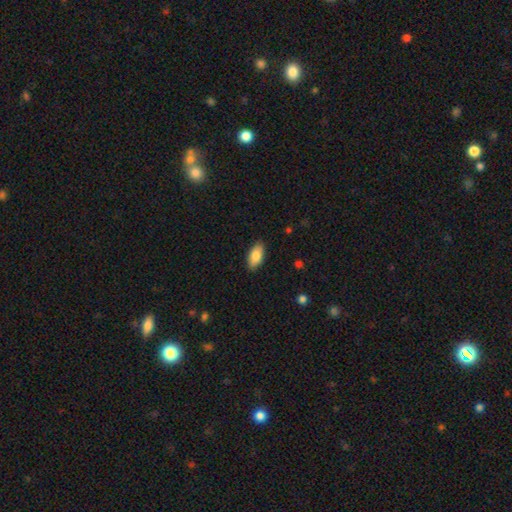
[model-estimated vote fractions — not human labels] smooth 85%, featured or disk 8%, star or artifact 6%. Down the decision tree: how rounded — in between (91%); merging — none (88%).